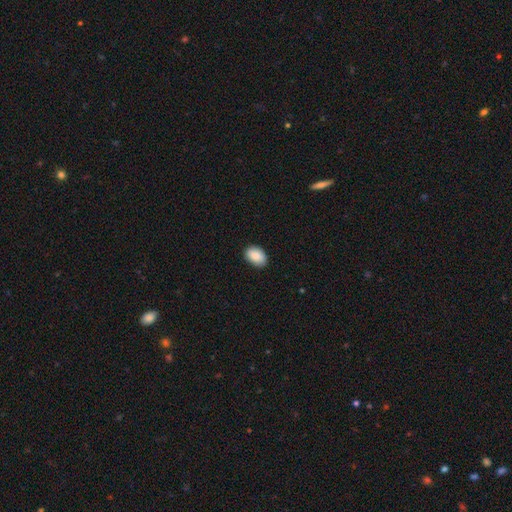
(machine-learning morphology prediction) smooth-or-featured: smooth: 89% | star or artifact: 7% | featured or disk: 4%
  how-rounded: in between: 88% | round: 11% | cigar-shaped: 1%
  merging: none: 87% | minor disturbance: 10% | major disturbance: 2% | merger: 1%